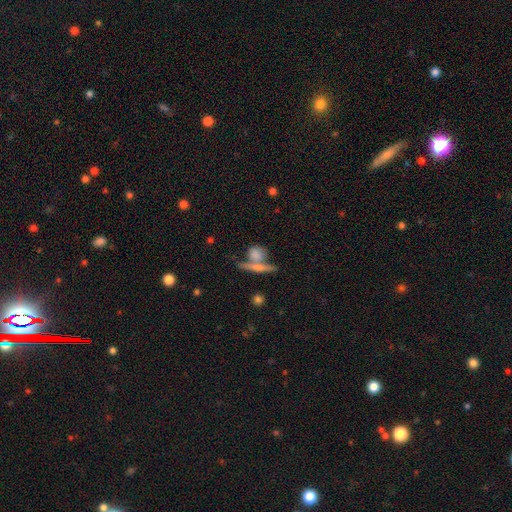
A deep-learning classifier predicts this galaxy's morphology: Smooth or featured?
  - smooth: 56% *
  - featured or disk: 32%
  - star or artifact: 12%
How rounded?
  - round: 40% *
  - cigar-shaped: 34%
  - in between: 26%
Merging?
  - none: 50% *
  - merger: 35%
  - minor disturbance: 10%
  - major disturbance: 6%